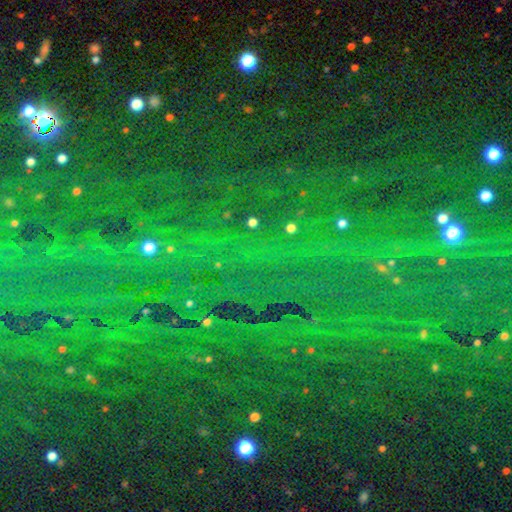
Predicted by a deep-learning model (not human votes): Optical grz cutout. It shows a star or artifact, not a galaxy (86%).